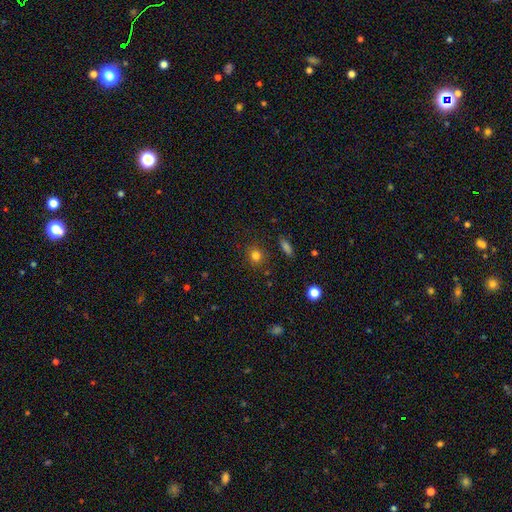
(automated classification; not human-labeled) Smooth or featured?
  - smooth: 80% *
  - star or artifact: 14%
  - featured or disk: 6%
How rounded?
  - round: 77% *
  - in between: 22%
  - cigar-shaped: 2%
Merging?
  - none: 86% *
  - minor disturbance: 9%
  - major disturbance: 3%
  - merger: 2%